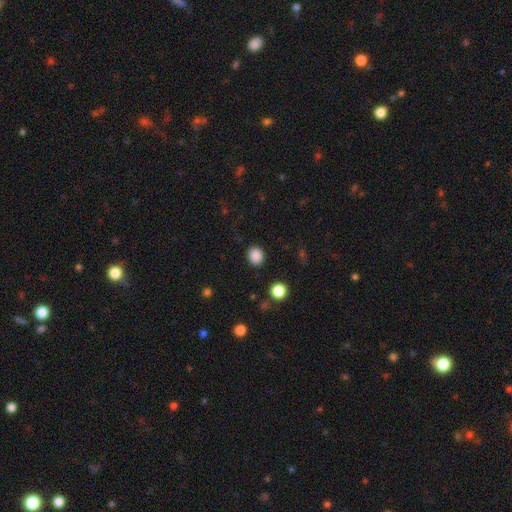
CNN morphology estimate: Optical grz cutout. It shows a smooth galaxy with no disk features (87%) that is round (75%). Merging: none (89%).